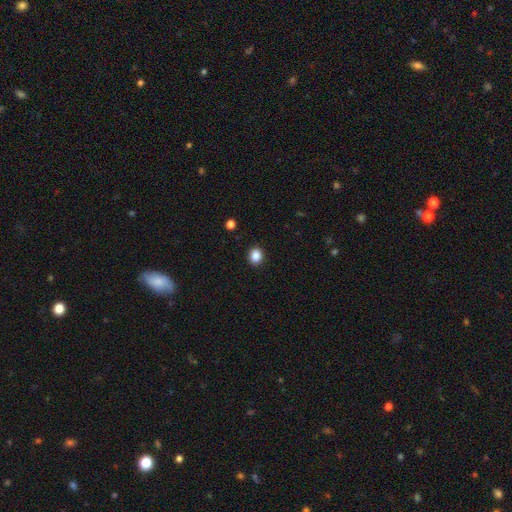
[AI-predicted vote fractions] Smooth or featured?
  - smooth: 87% *
  - star or artifact: 10%
  - featured or disk: 3%
How rounded?
  - round: 68% *
  - in between: 31%
  - cigar-shaped: 1%
Merging?
  - none: 91% *
  - minor disturbance: 6%
  - major disturbance: 2%
  - merger: 1%